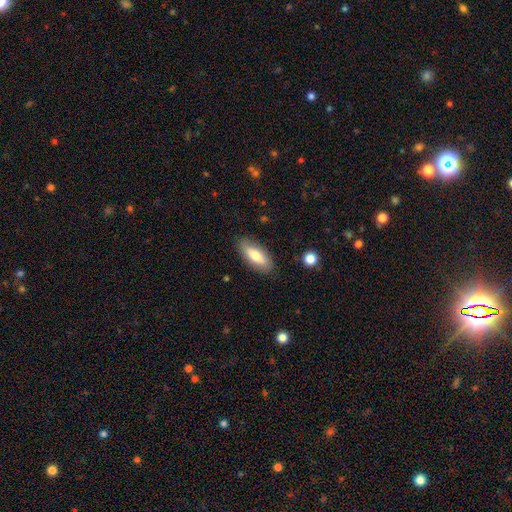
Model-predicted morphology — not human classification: This is likely a smooth galaxy (71%). How rounded: clearly in between (81%). Merging: clearly none (84%).